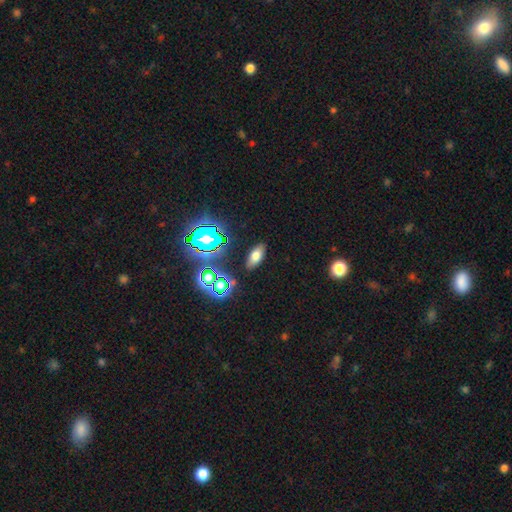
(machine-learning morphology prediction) The model was most divided on "smooth or featured": smooth: 66%, star or artifact: 21%, featured or disk: 14%. More confident: merging — none (86%); how rounded — in between (84%).